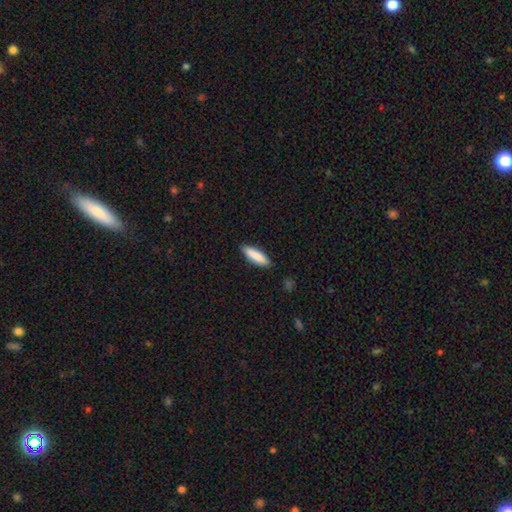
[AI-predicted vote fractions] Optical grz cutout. It shows a smooth galaxy with no disk features (86%) that is cigar-shaped (63%). Merging: none (88%).